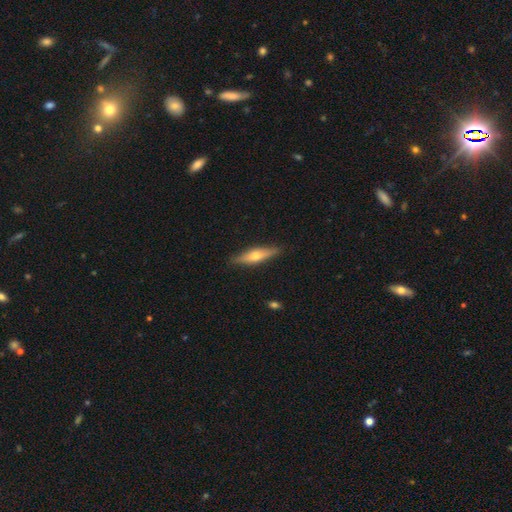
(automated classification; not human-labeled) Smooth or featured? Predicted: featured or disk (p=0.52). Edge-on disk? Predicted: yes (p=0.90). Merging? Predicted: none (p=0.88).